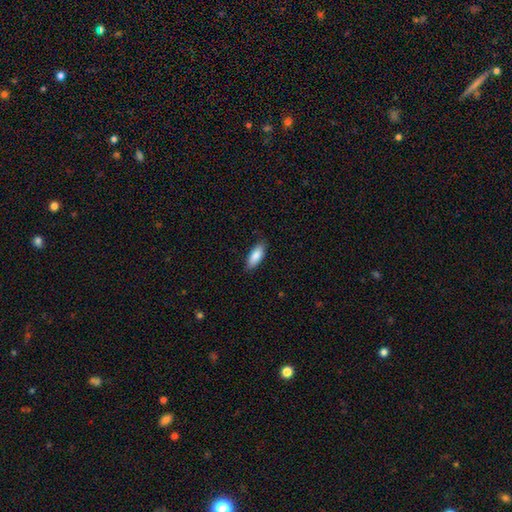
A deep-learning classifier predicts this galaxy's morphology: Overall: smooth (87%). How rounded: in between (74%). Merging: none (85%).